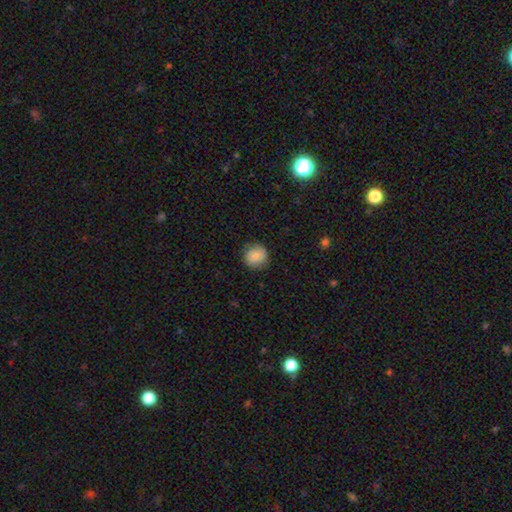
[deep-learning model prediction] Q: Smooth or featured?
A: smooth (85%); runner-up: star or artifact (8%)
Q: How rounded?
A: round (90%); runner-up: in between (9%)
Q: Merging?
A: none (83%); runner-up: minor disturbance (12%)